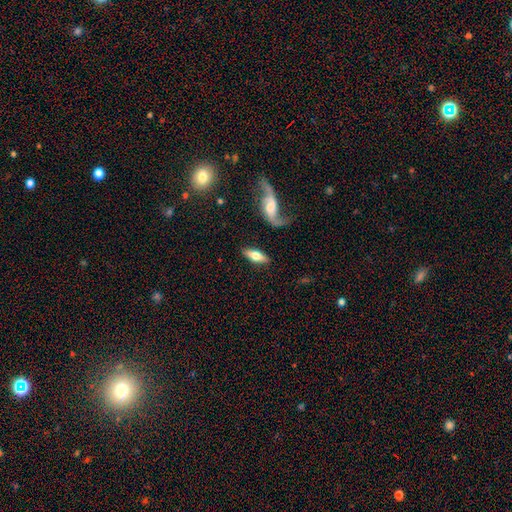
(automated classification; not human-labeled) Q: Smooth or featured?
A: smooth (48%); runner-up: featured or disk (46%)
Q: Merging?
A: none (80%); runner-up: minor disturbance (12%)